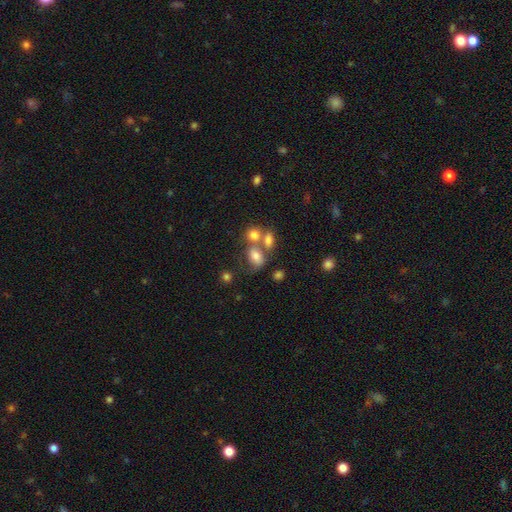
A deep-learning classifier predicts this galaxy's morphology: Smooth or featured?
  - smooth: 71% *
  - featured or disk: 16%
  - star or artifact: 13%
How rounded?
  - in between: 75% *
  - round: 23%
  - cigar-shaped: 2%
Merging?
  - merger: 42% *
  - none: 36%
  - minor disturbance: 13%
  - major disturbance: 8%